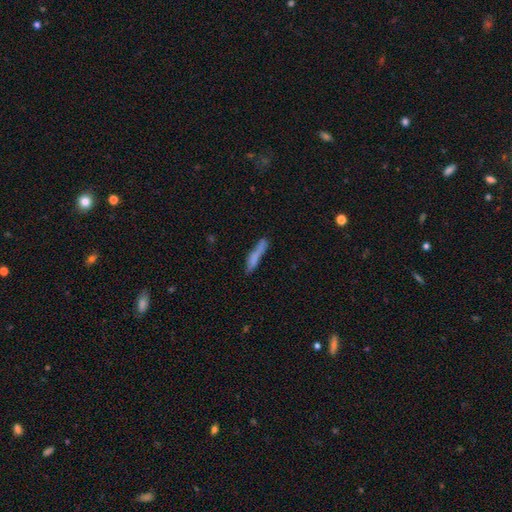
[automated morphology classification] smooth_or_featured: smooth (p=0.73) [alt: featured or disk p=0.19]
how_rounded: cigar-shaped (p=0.90) [alt: in between p=0.09]
merging: none (p=0.67) [alt: minor disturbance p=0.20]